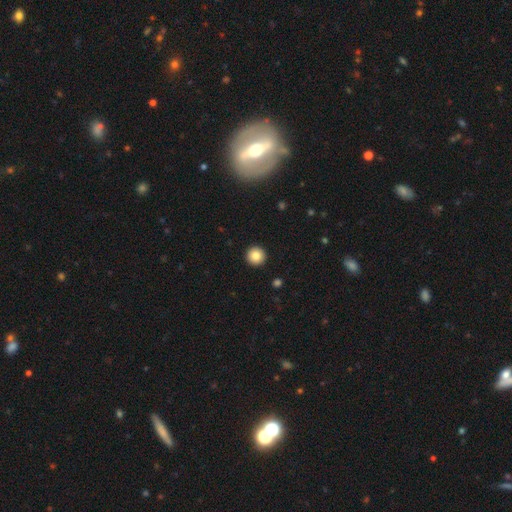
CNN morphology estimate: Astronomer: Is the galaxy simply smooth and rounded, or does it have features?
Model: smooth — 85%.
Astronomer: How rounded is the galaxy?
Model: round — 96%.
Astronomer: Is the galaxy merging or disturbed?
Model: none — 94%.